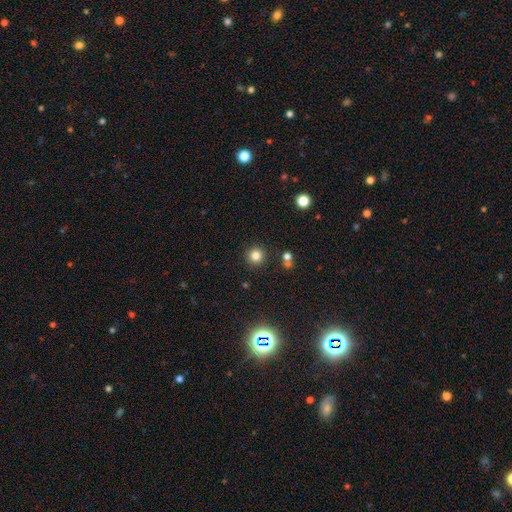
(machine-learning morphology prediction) smooth_or_featured: smooth (p=0.80) [alt: star or artifact p=0.14]
how_rounded: round (p=0.95) [alt: in between p=0.04]
merging: none (p=0.89) [alt: minor disturbance p=0.06]